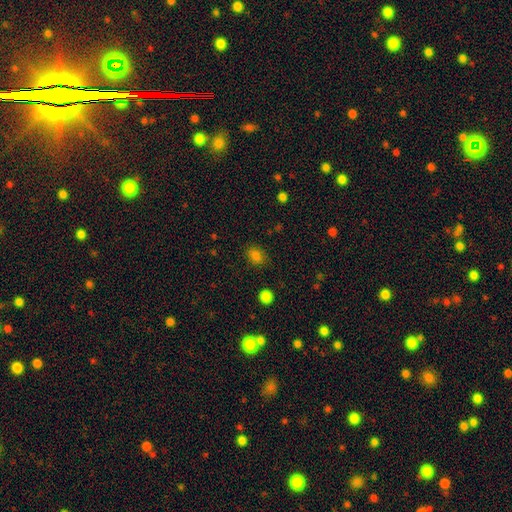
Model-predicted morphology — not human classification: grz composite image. It shows a smooth galaxy with no disk features (82%) that is in between round and cigar-shaped (60%). Merging: none (84%).